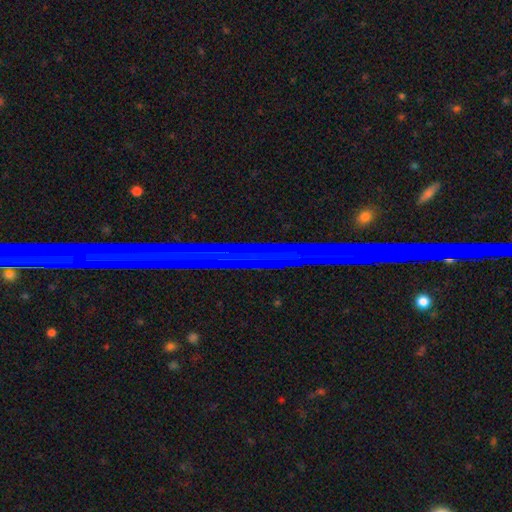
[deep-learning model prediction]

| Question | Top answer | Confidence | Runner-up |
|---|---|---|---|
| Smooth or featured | star or artifact | 64% | featured or disk (24%) |